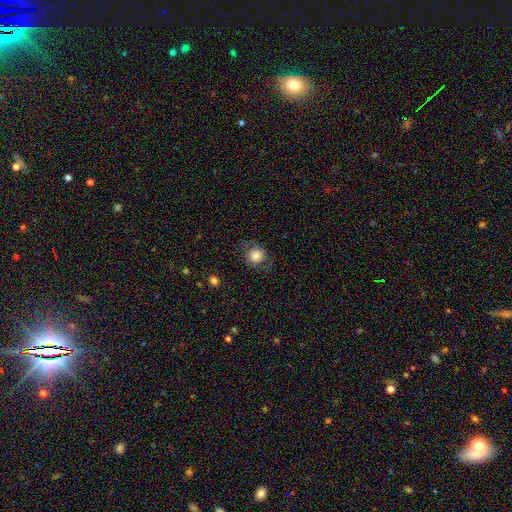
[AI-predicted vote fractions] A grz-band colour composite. It shows a smooth galaxy with no disk features (67%) that is round (81%). Merging: none (72%).